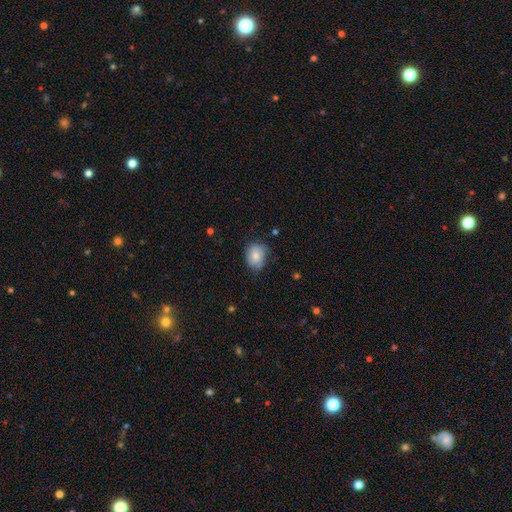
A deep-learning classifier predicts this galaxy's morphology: Overall: smooth (76%). How rounded: in between (51%; round 48%). Merging: none (61%; minor disturbance 31%).